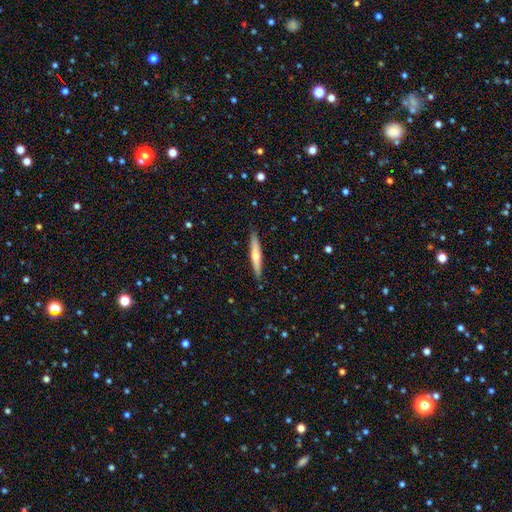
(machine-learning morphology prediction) The model was most divided on "smooth or featured": smooth: 50%, featured or disk: 45%, star or artifact: 5%. More confident: how rounded — cigar-shaped (92%); merging — none (89%).